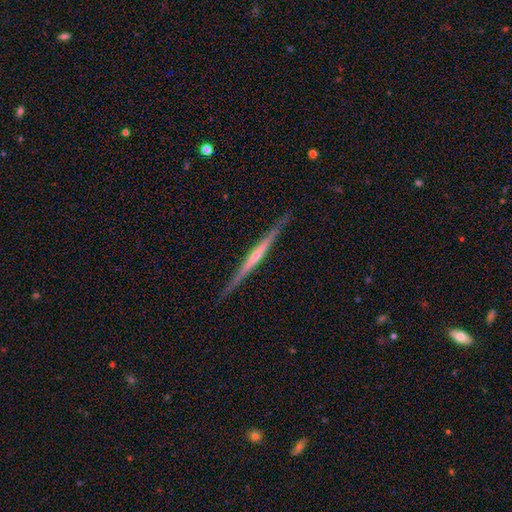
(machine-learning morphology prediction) This appears to be a featured or disk galaxy (78%) viewed edge-on (98%) with a rounded central bulge (52%). Merging: none (91%).